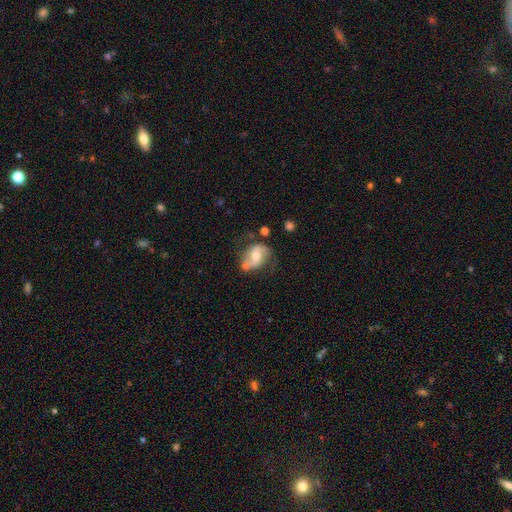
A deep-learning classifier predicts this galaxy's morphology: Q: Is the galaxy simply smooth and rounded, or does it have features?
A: featured or disk — 63%.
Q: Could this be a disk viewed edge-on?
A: no — 96%.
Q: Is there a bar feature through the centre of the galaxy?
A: no — 47%.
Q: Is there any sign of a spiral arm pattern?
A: yes — 83%.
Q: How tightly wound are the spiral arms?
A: loose — 50%.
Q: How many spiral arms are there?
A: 2 — 85%.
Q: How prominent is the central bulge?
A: moderate — 62%.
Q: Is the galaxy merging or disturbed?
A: none — 49%.